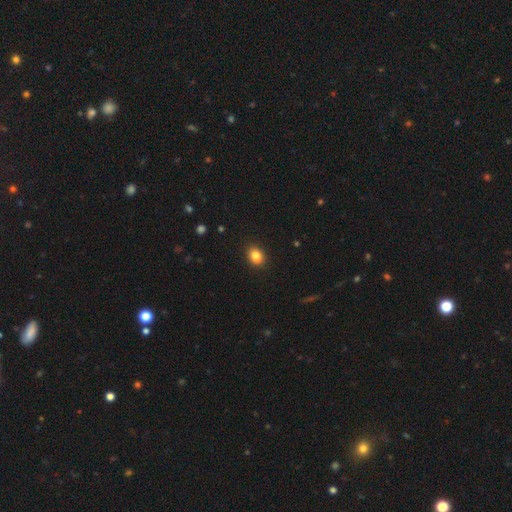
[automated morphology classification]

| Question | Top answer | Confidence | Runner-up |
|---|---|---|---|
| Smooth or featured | smooth | 85% | star or artifact (10%) |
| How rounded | in between | 54% | round (45%) |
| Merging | none | 90% | minor disturbance (7%) |